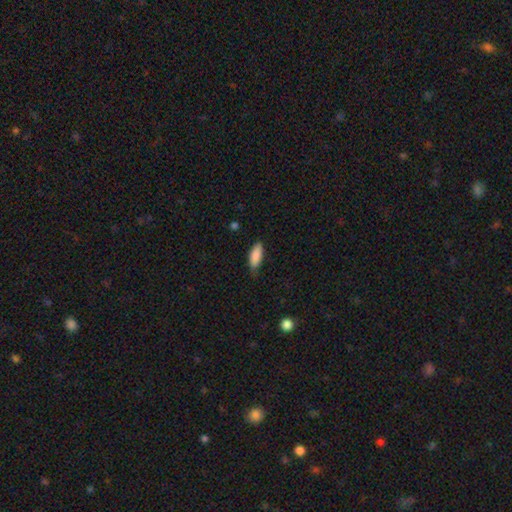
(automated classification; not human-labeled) smooth-or-featured: smooth: 88% | star or artifact: 6% | featured or disk: 6%
  how-rounded: in between: 77% | cigar-shaped: 22% | round: 2%
  merging: none: 72% | minor disturbance: 23% | major disturbance: 3% | merger: 1%